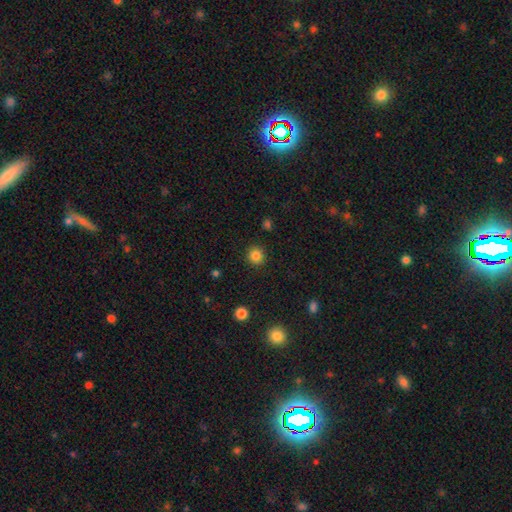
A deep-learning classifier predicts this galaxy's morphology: A smooth galaxy with no disk features (84%) that is round (92%). Merging: none (91%).